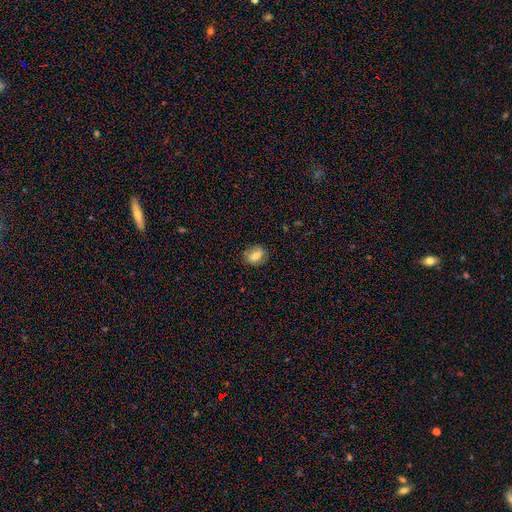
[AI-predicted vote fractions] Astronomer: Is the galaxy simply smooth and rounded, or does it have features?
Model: smooth — 71%.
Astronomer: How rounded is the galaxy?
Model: in between — 53% (runner-up: round, 44%).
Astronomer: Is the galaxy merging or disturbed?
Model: none — 80%.